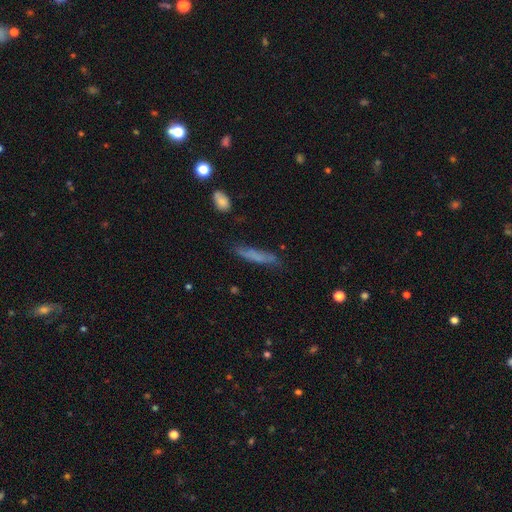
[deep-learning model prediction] smooth-or-featured: smooth: 63% | featured or disk: 27% | star or artifact: 9%
  how-rounded: cigar-shaped: 87% | in between: 11% | round: 2%
  merging: none: 72% | minor disturbance: 20% | major disturbance: 5% | merger: 3%